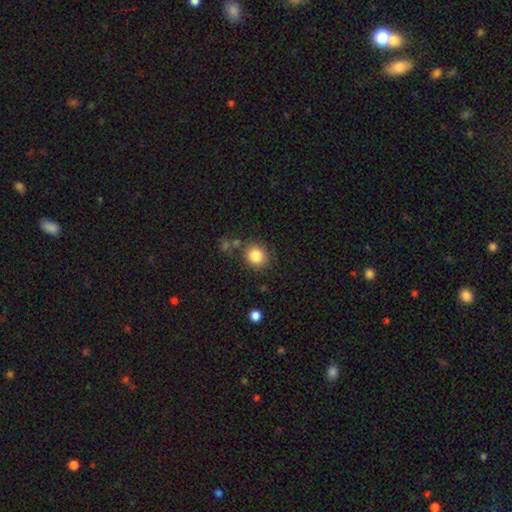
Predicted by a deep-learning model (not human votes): This is clearly a smooth galaxy (84%). How rounded: clearly round (82%). Merging: likely none (79%).